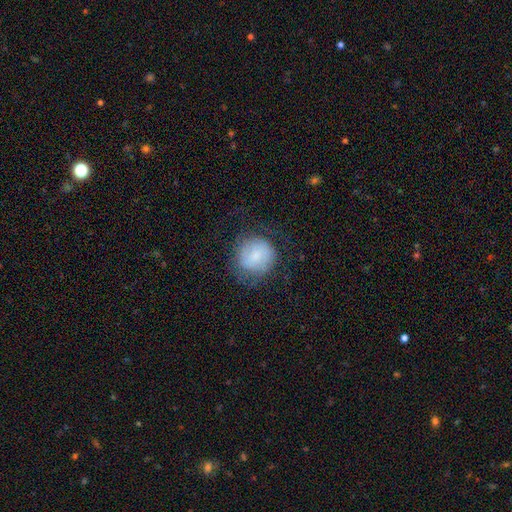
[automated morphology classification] Smooth or featured? Predicted: smooth (p=0.63). How rounded? Predicted: round (p=0.87). Merging? Predicted: none (p=0.66).